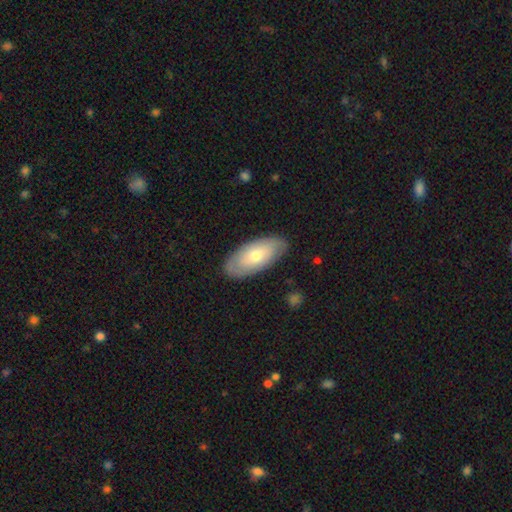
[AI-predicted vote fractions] A smooth galaxy with no disk features (58%) that is in between round and cigar-shaped (92%).

Vote fractions:
- Smooth or featured? smooth: 58% / featured or disk: 36% / star or artifact: 5%
- How rounded? in between: 92% / cigar-shaped: 6% / round: 3%
- Merging? none: 84% / minor disturbance: 12% / major disturbance: 3% / merger: 1%